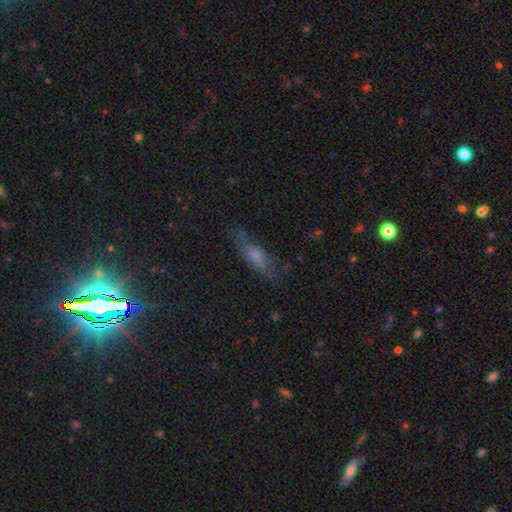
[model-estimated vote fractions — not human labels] A smooth galaxy with no disk features (41%).

Vote fractions:
- Smooth or featured? smooth: 41% / featured or disk: 37% / star or artifact: 22%
- Merging? none: 66% / minor disturbance: 22% / major disturbance: 10% / merger: 2%